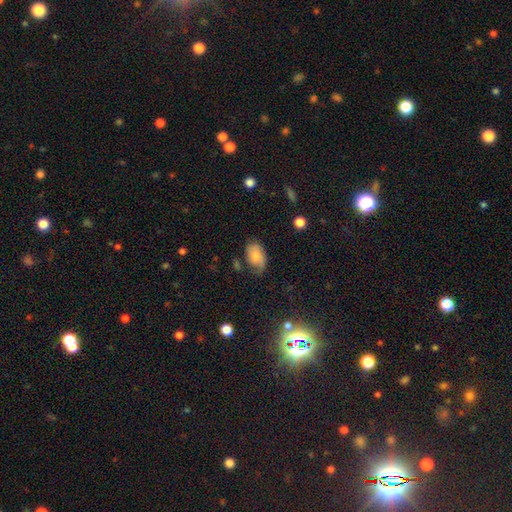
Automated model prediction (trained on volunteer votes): Smooth or featured?
  - smooth: 70% *
  - featured or disk: 22%
  - star or artifact: 8%
How rounded?
  - in between: 88% *
  - round: 10%
  - cigar-shaped: 1%
Merging?
  - none: 52% *
  - minor disturbance: 32%
  - major disturbance: 13%
  - merger: 3%